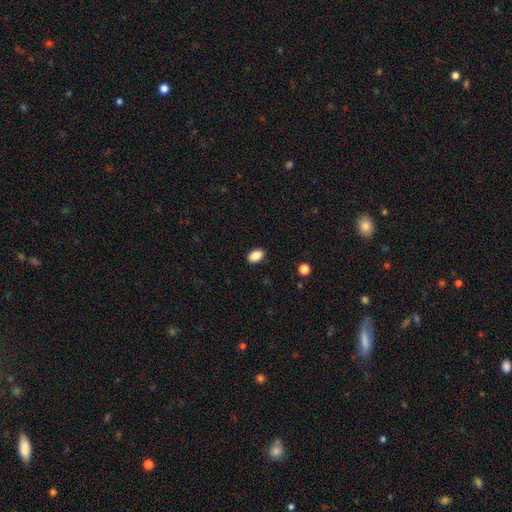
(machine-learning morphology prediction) smooth-or-featured: smooth: 88% | star or artifact: 8% | featured or disk: 4%
  how-rounded: in between: 89% | round: 10% | cigar-shaped: 2%
  merging: none: 89% | minor disturbance: 8% | major disturbance: 2% | merger: 1%